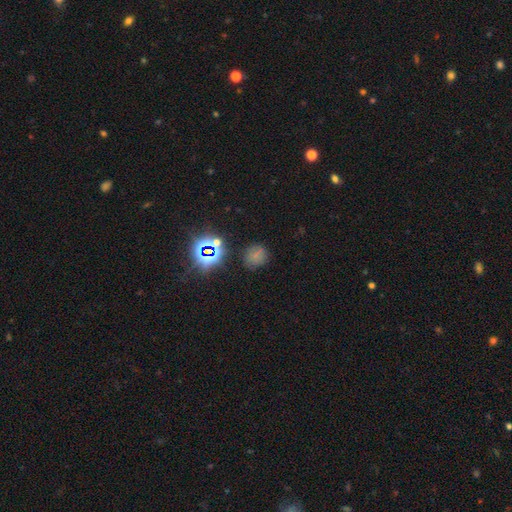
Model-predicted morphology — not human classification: smooth 59%, star or artifact 31%, featured or disk 10%. Down the decision tree: how rounded — round (78%); merging — none (77%).